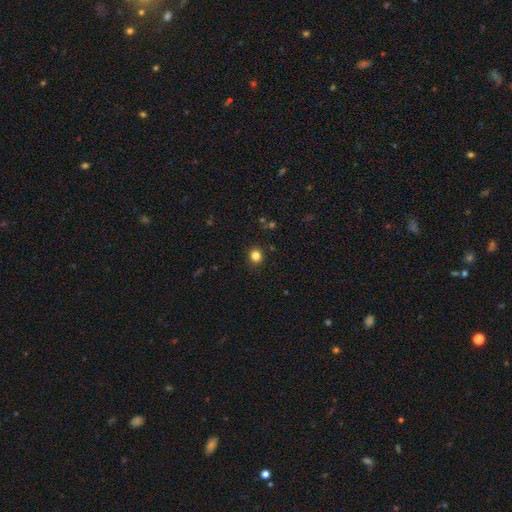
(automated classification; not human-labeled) smooth-or-featured: smooth: 82% | star or artifact: 13% | featured or disk: 4%
  how-rounded: round: 85% | in between: 14% | cigar-shaped: 1%
  merging: none: 89% | minor disturbance: 7% | major disturbance: 2% | merger: 1%